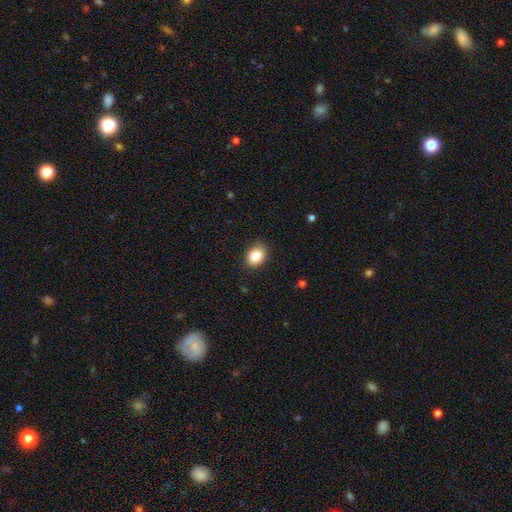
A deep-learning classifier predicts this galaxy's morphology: type=smooth (85%); roundness=in between (68%); merging=none (85%).